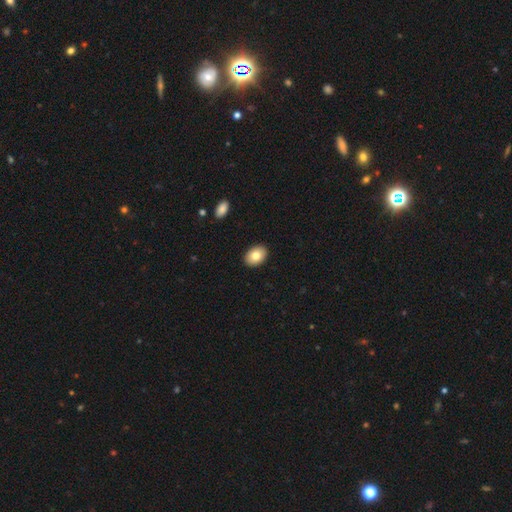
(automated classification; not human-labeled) Overall: smooth (81%). How rounded: in between (81%). Merging: none (91%).